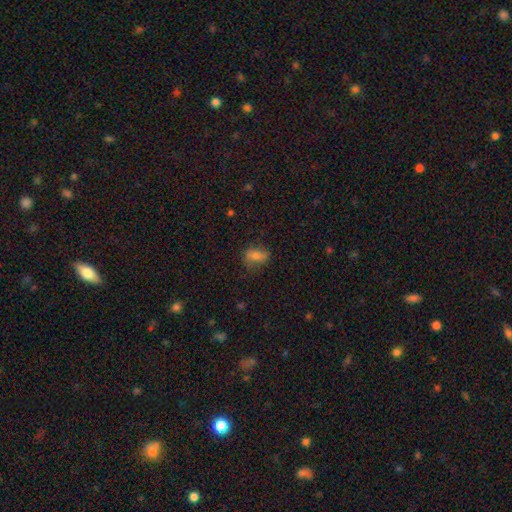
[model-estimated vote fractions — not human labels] Overall: smooth (64%). How rounded: in between (72%). Merging: none (67%).